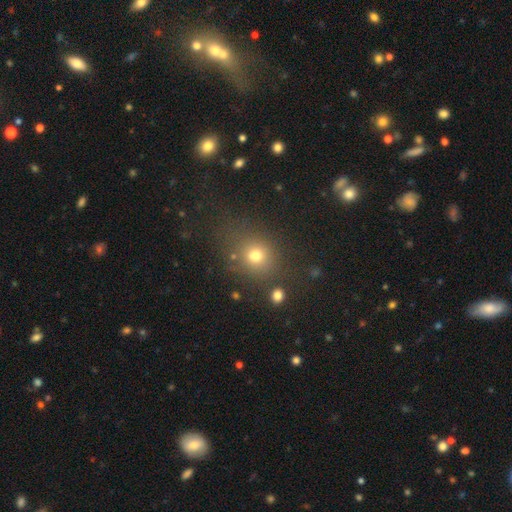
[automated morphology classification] This appears to be a smooth galaxy with no disk features (72%) that is round (72%). Merging: none (72%).